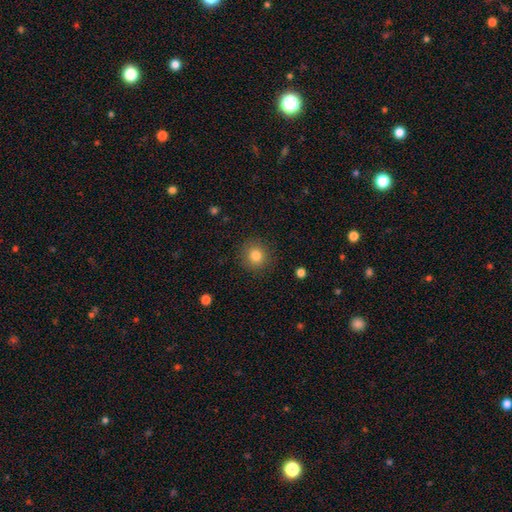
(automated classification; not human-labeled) The model was most divided on "smooth or featured": smooth: 82%, star or artifact: 11%, featured or disk: 7%. More confident: how rounded — round (92%); merging — none (89%).